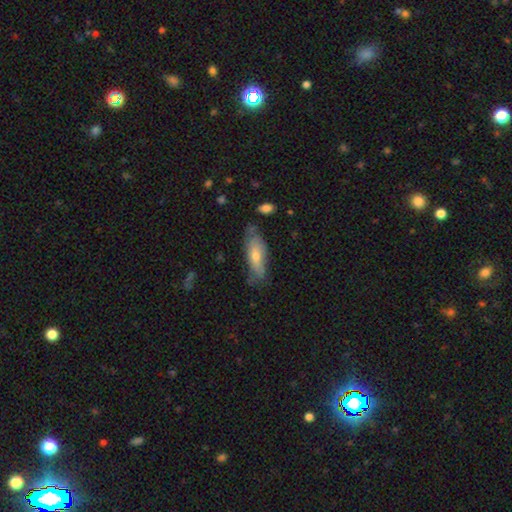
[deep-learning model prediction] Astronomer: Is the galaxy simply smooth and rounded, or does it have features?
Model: smooth — 59% (runner-up: featured or disk, 35%).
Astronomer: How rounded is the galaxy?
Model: in between — 61% (runner-up: cigar-shaped, 36%).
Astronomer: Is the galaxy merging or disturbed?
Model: none — 64%.